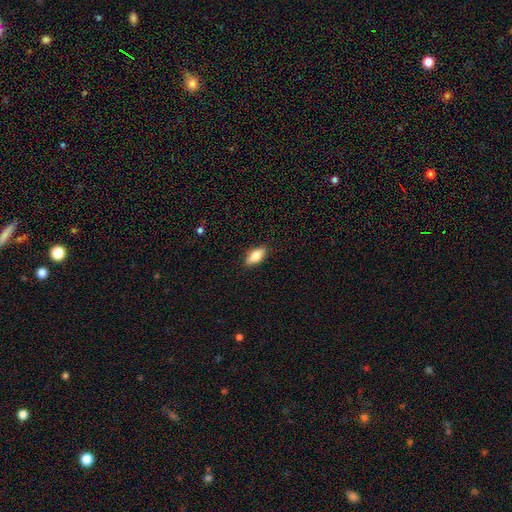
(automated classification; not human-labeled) Smooth or featured? smooth (74%)
How rounded? in between (82%)
Merging? none (88%)